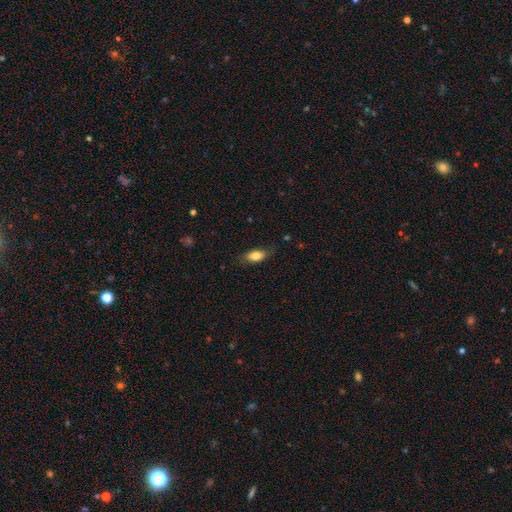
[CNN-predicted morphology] Smooth or featured: smooth — 81% (featured or disk — 12%)
How rounded: in between — 86% (cigar-shaped — 10%)
Merging: none — 75% (minor disturbance — 19%)